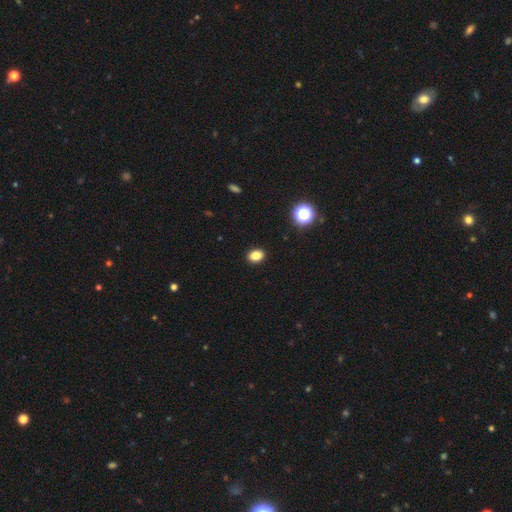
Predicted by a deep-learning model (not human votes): Smooth or featured? smooth (84%)
How rounded? in between (65%)
Merging? none (91%)